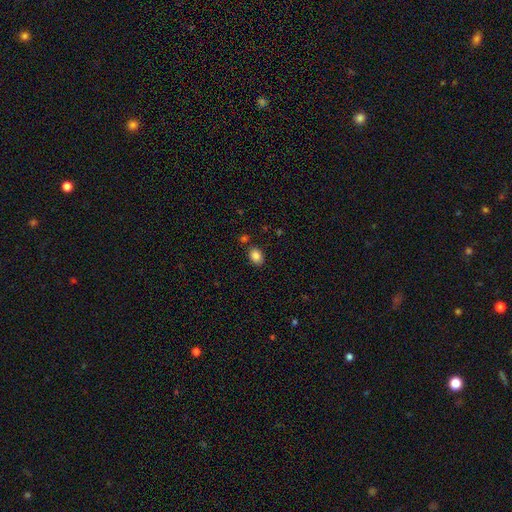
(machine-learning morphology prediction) smooth-or-featured: smooth: 85% | star or artifact: 9% | featured or disk: 6%
  how-rounded: in between: 71% | round: 28% | cigar-shaped: 1%
  merging: none: 81% | minor disturbance: 11% | merger: 5% | major disturbance: 3%